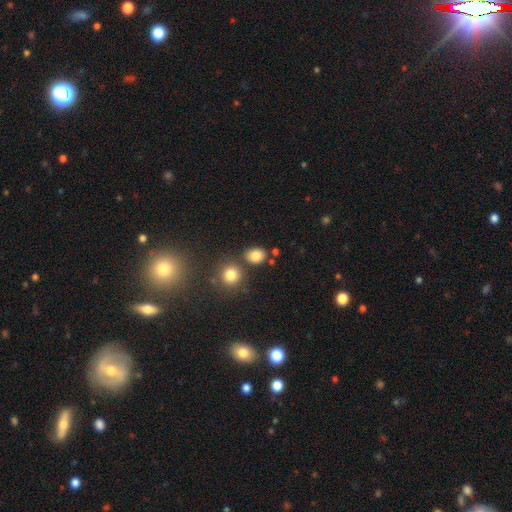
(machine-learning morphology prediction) smooth 81%, star or artifact 12%, featured or disk 6%. Down the decision tree: how rounded — round (58%); merging — none (75%).